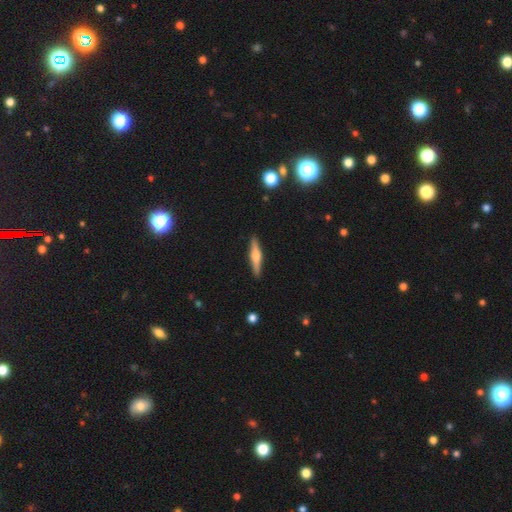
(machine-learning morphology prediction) This appears to be a featured or disk galaxy (59%) viewed edge-on (97%) with a rounded central bulge (83%). Merging: none (91%).